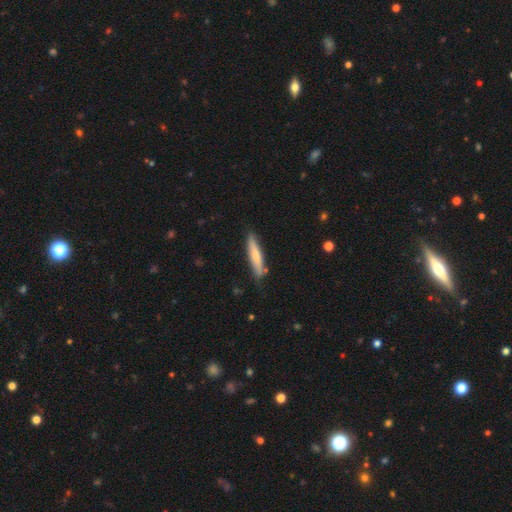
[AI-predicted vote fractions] Smooth or featured? Predicted: smooth (p=0.64). How rounded? Predicted: cigar-shaped (p=0.87). Merging? Predicted: none (p=0.81).